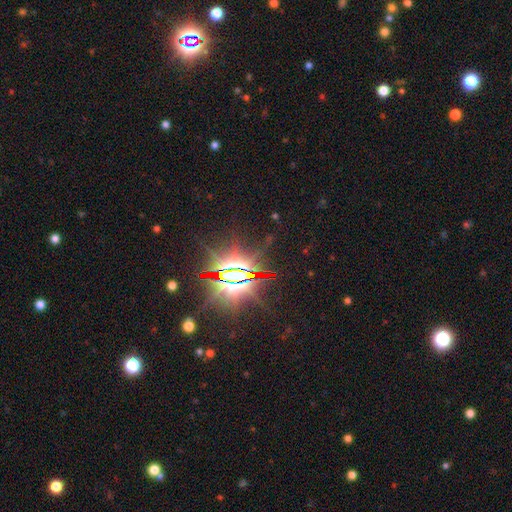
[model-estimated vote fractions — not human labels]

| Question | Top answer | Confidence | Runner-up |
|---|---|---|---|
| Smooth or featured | star or artifact | 83% | featured or disk (11%) |